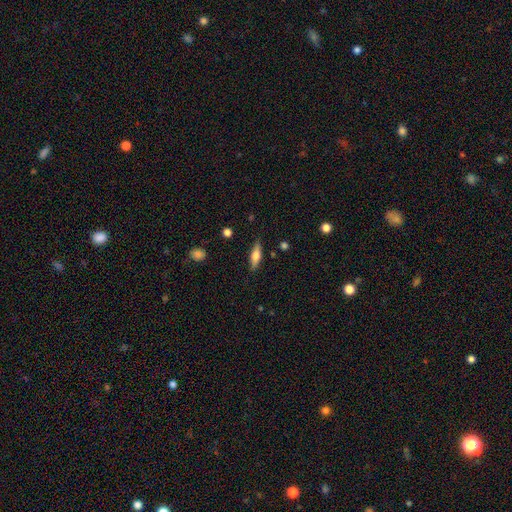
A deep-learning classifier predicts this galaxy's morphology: A smooth galaxy with no disk features (56%) that is cigar-shaped (53%). Merging: none (84%).